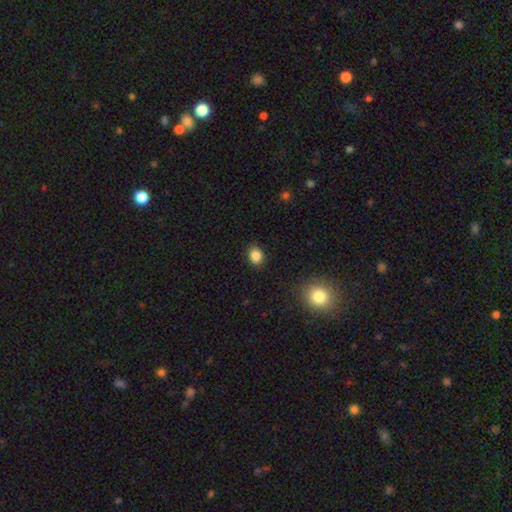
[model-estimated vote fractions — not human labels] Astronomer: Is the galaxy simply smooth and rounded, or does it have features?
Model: smooth — 85%.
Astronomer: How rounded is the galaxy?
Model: in between — 55% (runner-up: round, 44%).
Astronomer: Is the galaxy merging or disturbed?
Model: none — 89%.